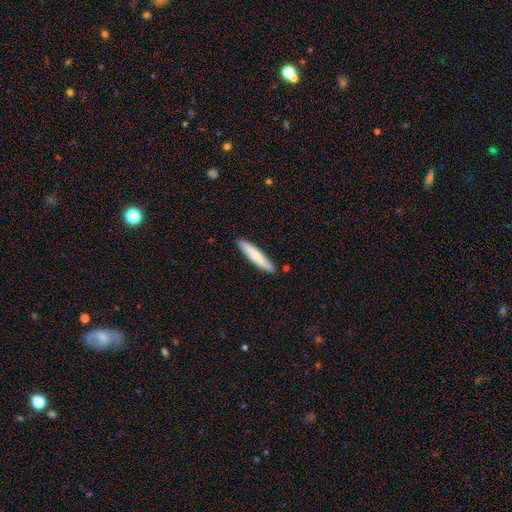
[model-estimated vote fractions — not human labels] smooth-or-featured: smooth: 75% | featured or disk: 20% | star or artifact: 5%
  how-rounded: cigar-shaped: 91% | in between: 8% | round: 1%
  merging: none: 88% | minor disturbance: 9% | merger: 2% | major disturbance: 1%